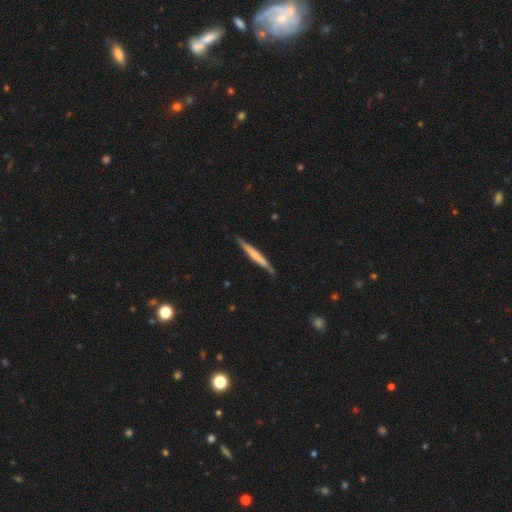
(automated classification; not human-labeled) Morphology: type=smooth (52%); roundness=cigar-shaped (96%); merging=none (86%).